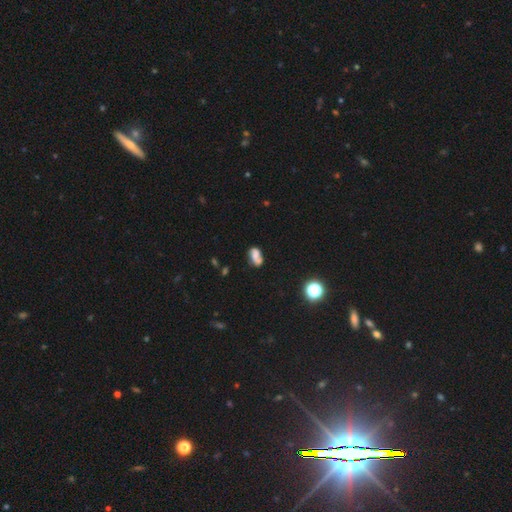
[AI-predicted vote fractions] Smooth or featured?
  - smooth: 61% *
  - featured or disk: 25%
  - star or artifact: 13%
How rounded?
  - in between: 85% *
  - round: 11%
  - cigar-shaped: 4%
Merging?
  - none: 46% *
  - minor disturbance: 23%
  - merger: 20%
  - major disturbance: 11%